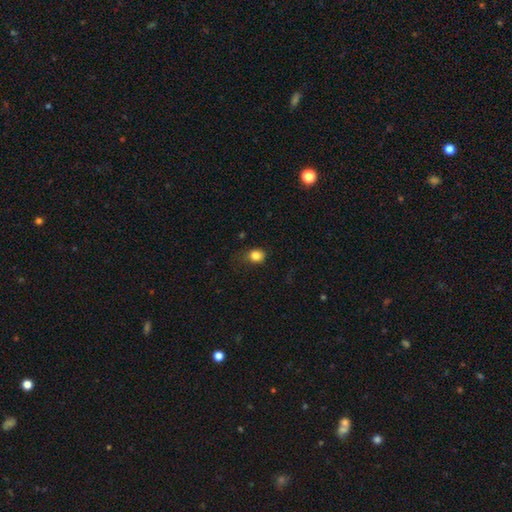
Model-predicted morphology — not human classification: A smooth galaxy with no disk features (84%) that is round (61%). Merging: none (66%).